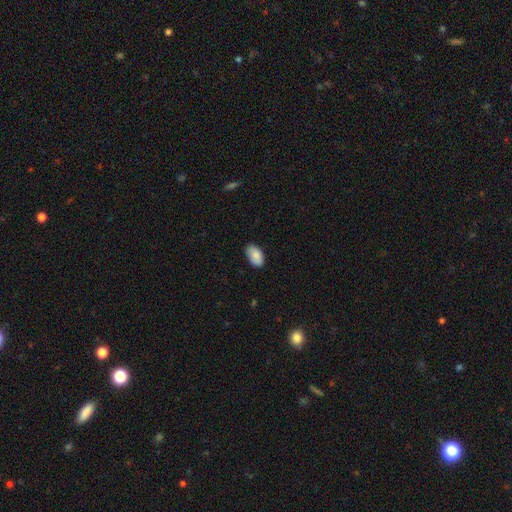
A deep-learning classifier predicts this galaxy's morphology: Q: Smooth or featured?
A: smooth (87%); runner-up: featured or disk (7%)
Q: How rounded?
A: in between (94%); runner-up: round (5%)
Q: Merging?
A: none (82%); runner-up: minor disturbance (14%)